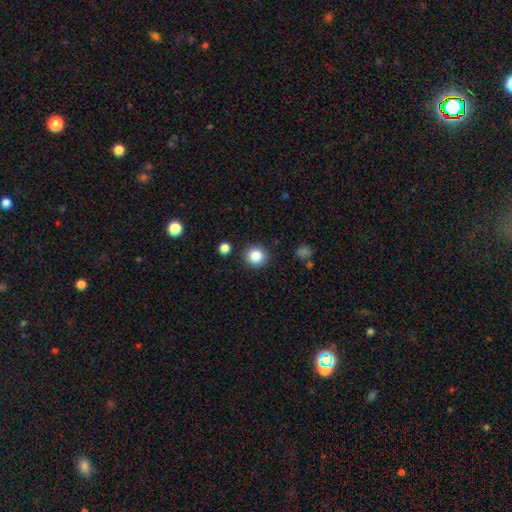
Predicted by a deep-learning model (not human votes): A smooth galaxy with no disk features (85%) that is round (92%).

Vote fractions:
- Smooth or featured? smooth: 85% / star or artifact: 10% / featured or disk: 5%
- How rounded? round: 92% / in between: 7% / cigar-shaped: 1%
- Merging? none: 89% / minor disturbance: 6% / merger: 2% / major disturbance: 2%